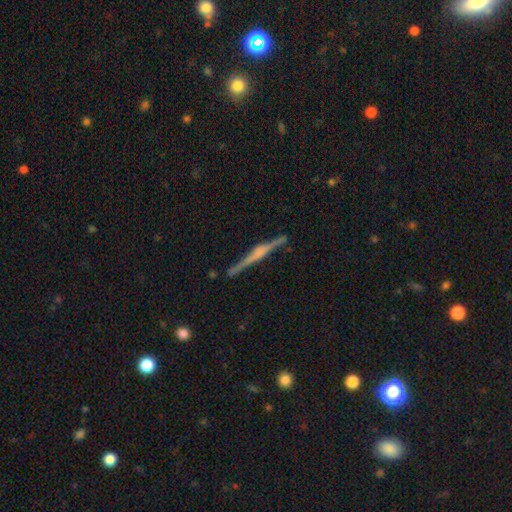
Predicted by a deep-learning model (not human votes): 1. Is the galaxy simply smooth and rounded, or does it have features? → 80% featured or disk, 14% smooth, 6% star or artifact.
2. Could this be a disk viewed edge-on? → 98% yes, 2% no.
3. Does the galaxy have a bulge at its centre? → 53% rounded, 30% boxy, 16% none.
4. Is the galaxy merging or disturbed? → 86% none, 10% minor disturbance, 2% major disturbance, 2% merger.